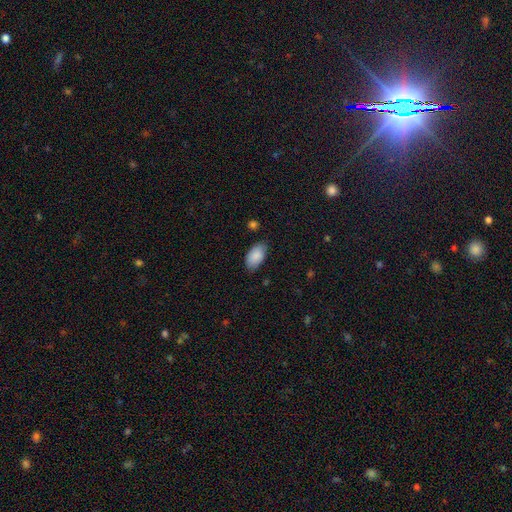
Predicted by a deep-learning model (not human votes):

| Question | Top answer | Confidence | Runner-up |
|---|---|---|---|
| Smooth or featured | smooth | 88% | star or artifact (6%) |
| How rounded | in between | 95% | round (4%) |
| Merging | none | 79% | minor disturbance (17%) |